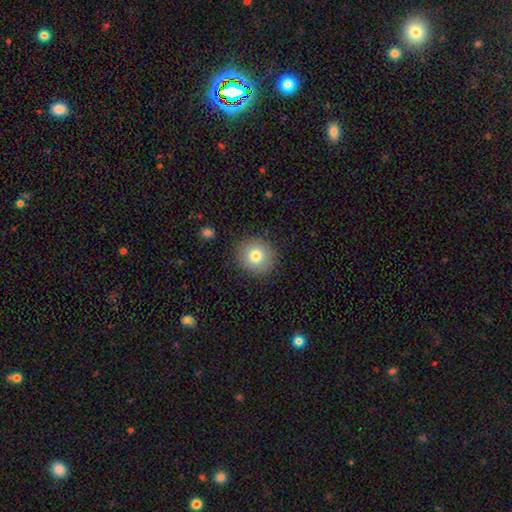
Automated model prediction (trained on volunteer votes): The model was most divided on "smooth or featured": smooth: 78%, featured or disk: 12%, star or artifact: 10%. More confident: how rounded — round (90%); merging — none (88%).